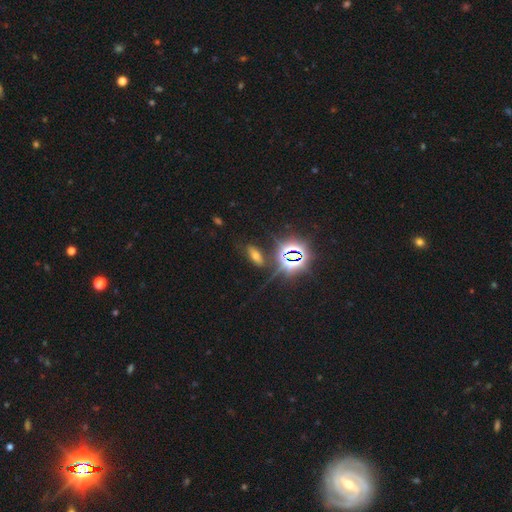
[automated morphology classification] Overall: star or artifact (44%; smooth 40%).